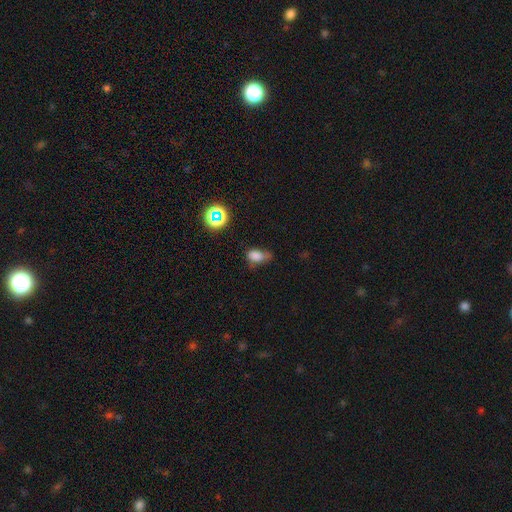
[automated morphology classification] type=smooth (74%); roundness=in between (81%); merging=minor disturbance (42%).